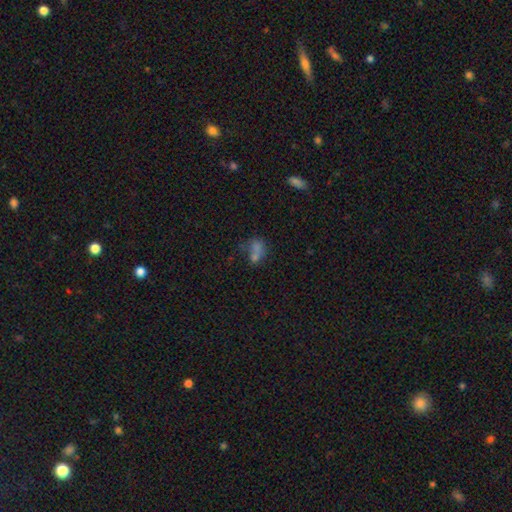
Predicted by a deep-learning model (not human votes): Smooth or featured? Predicted: smooth (p=0.61). How rounded? Predicted: in between (p=0.65). Merging? Predicted: merger (p=0.39).